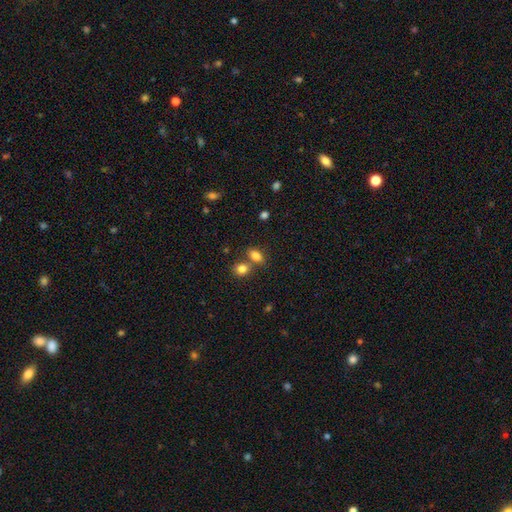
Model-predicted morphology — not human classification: type=smooth (82%); roundness=in between (80%); merging=none (52%).